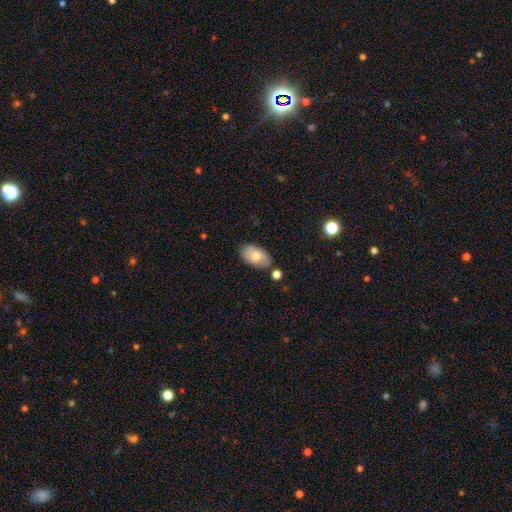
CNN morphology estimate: Q: Smooth or featured?
A: smooth (76%); runner-up: featured or disk (18%)
Q: How rounded?
A: in between (94%); runner-up: round (5%)
Q: Merging?
A: none (80%); runner-up: minor disturbance (13%)